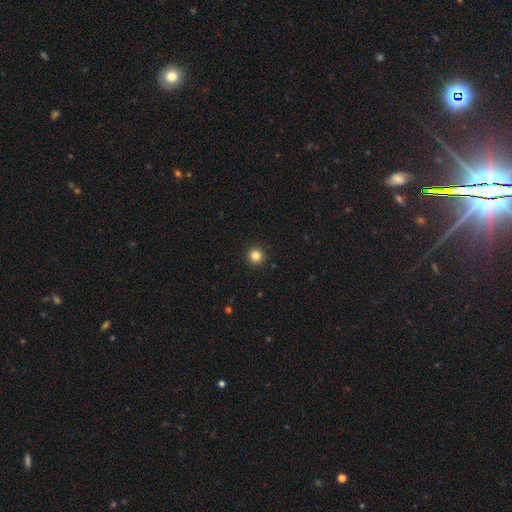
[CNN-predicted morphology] This appears to be a smooth galaxy with no disk features (84%) that is round (96%). Merging: none (93%).